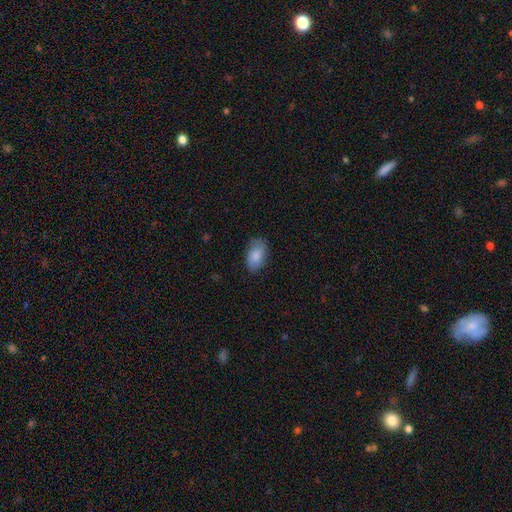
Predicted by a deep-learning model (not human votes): Smooth or featured?
  - smooth: 83% *
  - featured or disk: 11%
  - star or artifact: 7%
How rounded?
  - in between: 93% *
  - round: 6%
  - cigar-shaped: 2%
Merging?
  - none: 75% *
  - minor disturbance: 19%
  - major disturbance: 4%
  - merger: 1%